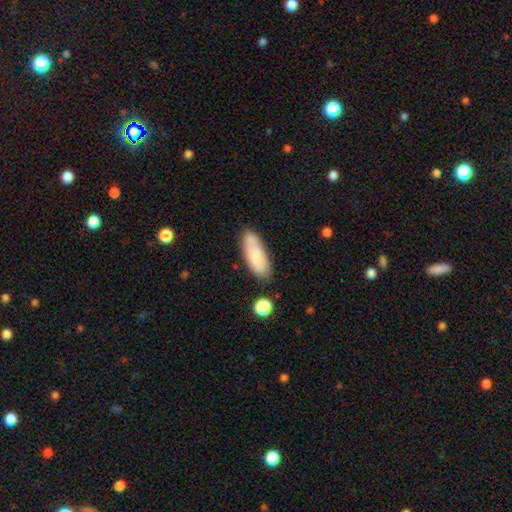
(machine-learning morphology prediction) Overall: smooth (79%). How rounded: in between (69%; cigar-shaped 30%). Merging: none (72%).